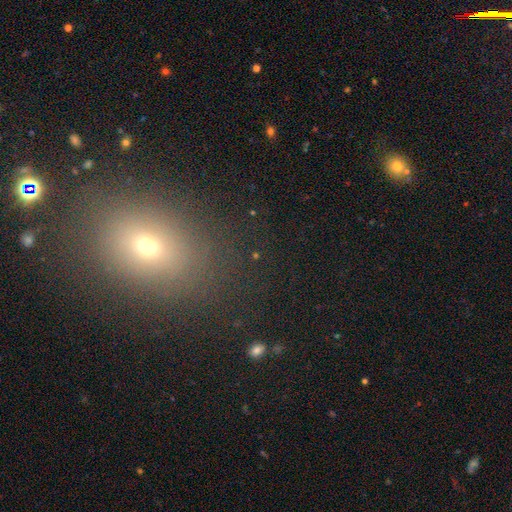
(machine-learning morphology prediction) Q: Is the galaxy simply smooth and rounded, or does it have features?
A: star or artifact — 48%.